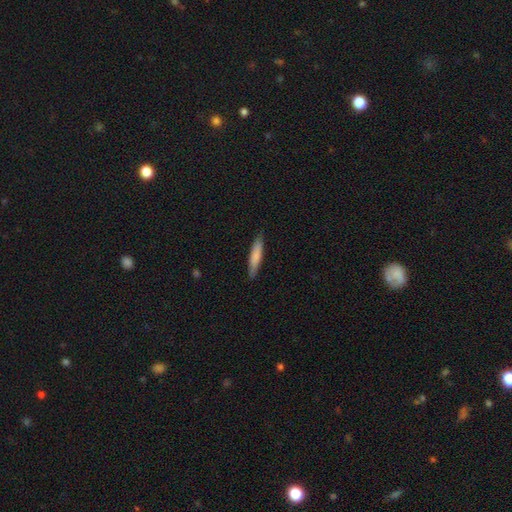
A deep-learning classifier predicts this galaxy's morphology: smooth-or-featured: smooth: 77% | featured or disk: 18% | star or artifact: 5%
  how-rounded: cigar-shaped: 86% | in between: 12% | round: 1%
  merging: none: 86% | minor disturbance: 11% | major disturbance: 2% | merger: 1%